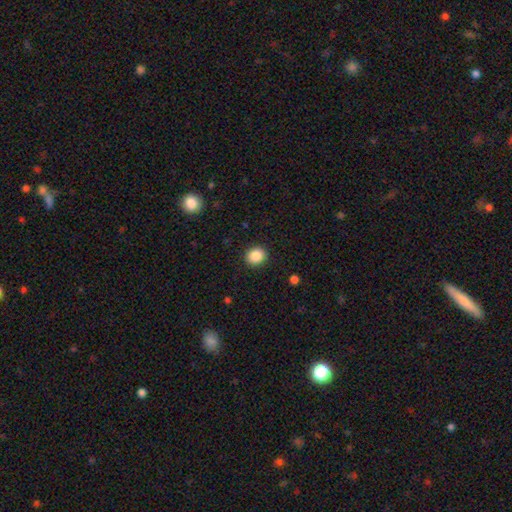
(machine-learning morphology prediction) This is clearly a smooth galaxy (88%). How rounded: likely round (78%). Merging: clearly none (91%).